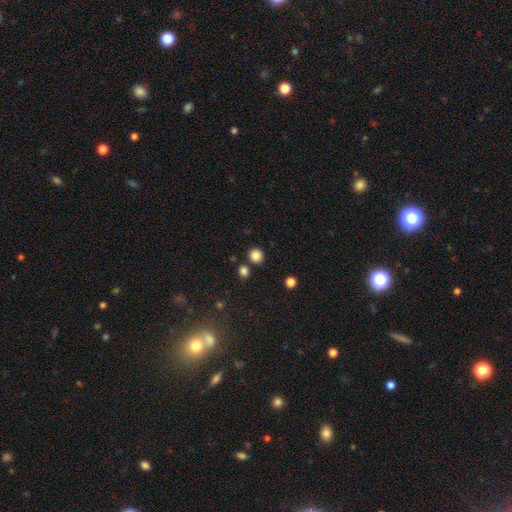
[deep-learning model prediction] This is clearly a smooth galaxy (85%). How rounded: clearly round (91%). Merging: clearly none (83%).